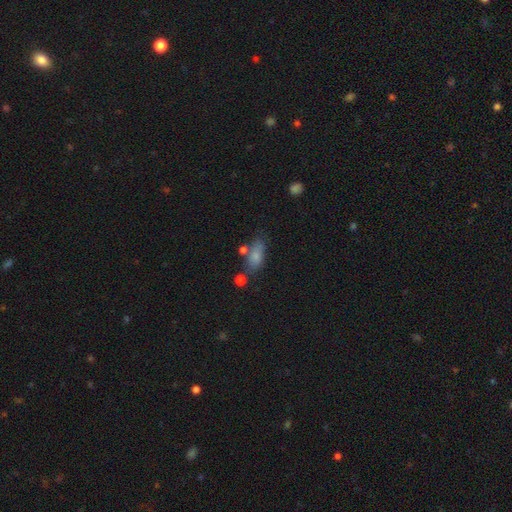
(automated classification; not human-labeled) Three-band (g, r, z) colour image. It shows a smooth galaxy with no disk features (78%) that is in between round and cigar-shaped (82%). Merging: none (55%).